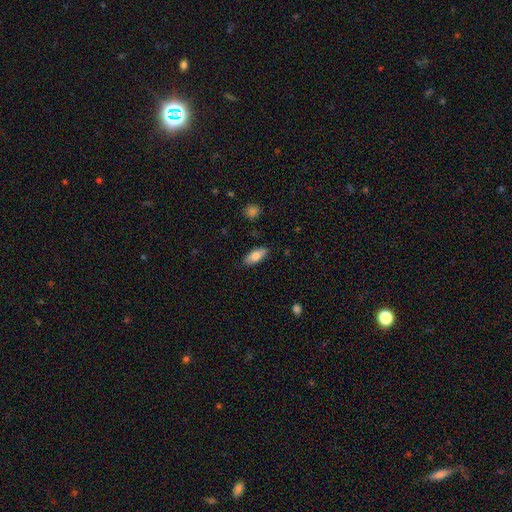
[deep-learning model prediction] The model was most divided on "smooth or featured": smooth: 78%, featured or disk: 15%, star or artifact: 7%. More confident: merging — none (86%); how rounded — in between (83%).